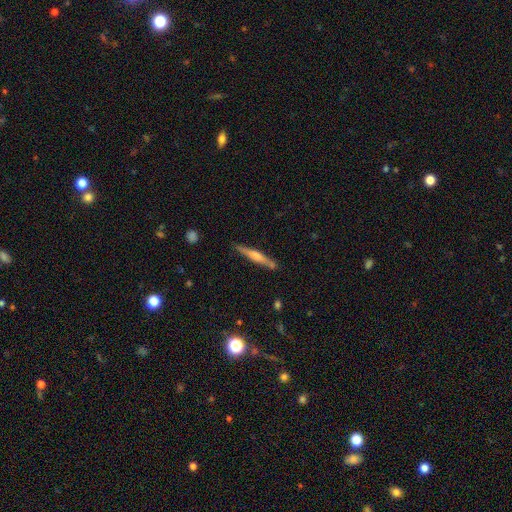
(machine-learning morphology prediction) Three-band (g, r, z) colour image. It shows a featured or disk galaxy (69%) viewed edge-on (97%) with a rounded central bulge (77%). Merging: none (89%).